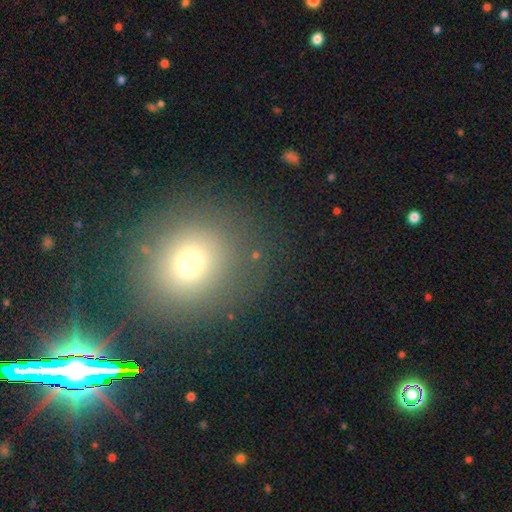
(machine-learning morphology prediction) Smooth or featured?
  - smooth: 66% *
  - star or artifact: 22%
  - featured or disk: 12%
How rounded?
  - round: 80% *
  - in between: 19%
  - cigar-shaped: 1%
Merging?
  - none: 79% *
  - minor disturbance: 11%
  - major disturbance: 6%
  - merger: 5%